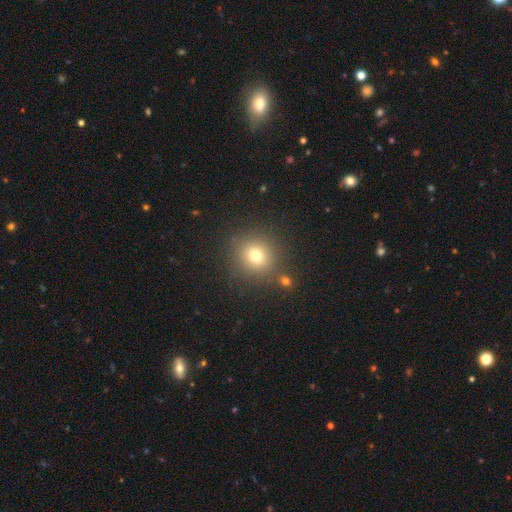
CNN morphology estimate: Smooth or featured? smooth (74%)
How rounded? round (88%)
Merging? none (83%)